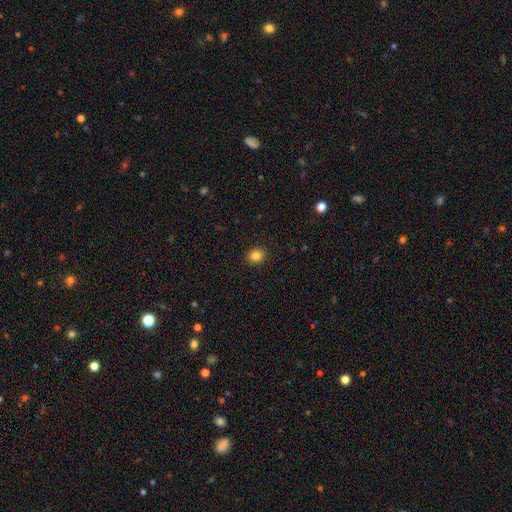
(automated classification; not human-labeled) Q: Smooth or featured?
A: smooth (84%); runner-up: star or artifact (11%)
Q: How rounded?
A: round (66%); runner-up: in between (33%)
Q: Merging?
A: none (91%); runner-up: minor disturbance (7%)